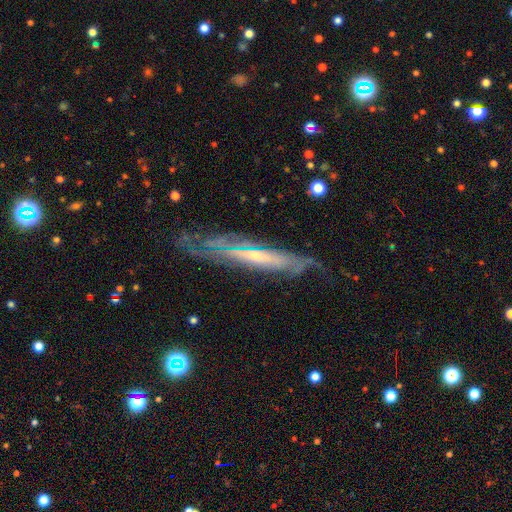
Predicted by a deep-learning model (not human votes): This is likely a featured or disk galaxy (80%). It is possibly viewed edge-on (58%). Merging: likely none (71%).